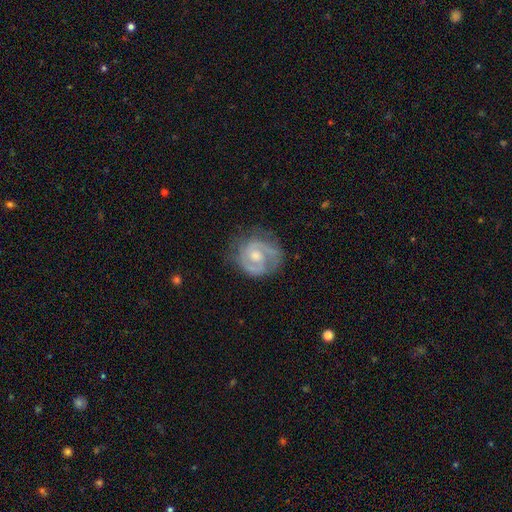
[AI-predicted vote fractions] Smooth or featured: featured or disk — 80% (smooth — 14%)
Edge-on disk: no — 98% (yes — 2%)
Bar: no — 60% (weak — 34%)
Spiral arms: yes — 91% (no — 9%)
Spiral winding: tight — 52% (medium — 38%)
Spiral arm count: 2 — 64% (can't tell — 15%)
Bulge size: moderate — 58% (small — 27%)
Merging: none — 69% (minor disturbance — 20%)